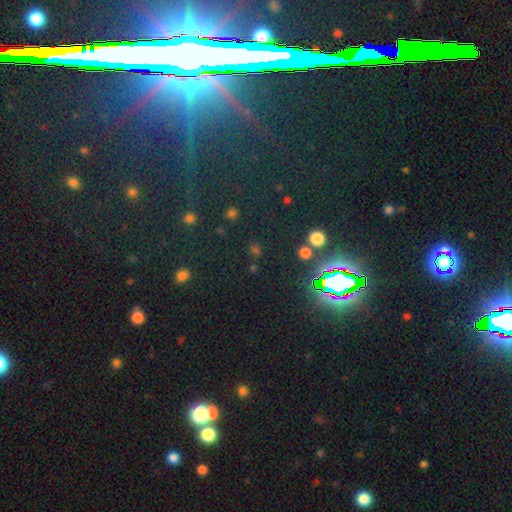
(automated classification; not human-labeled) This appears to be a star or artifact, not a galaxy (78%).